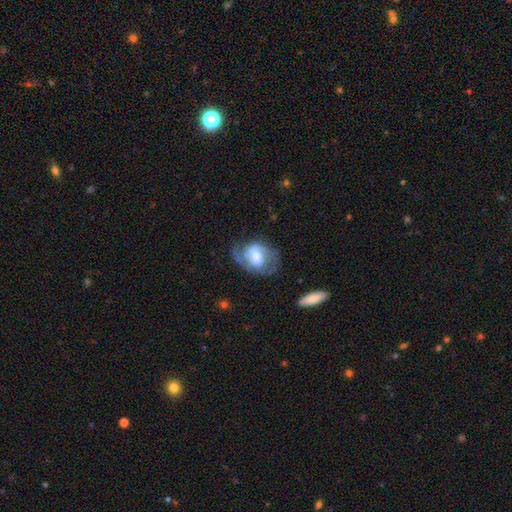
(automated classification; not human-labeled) Smooth or featured: featured or disk — 68% (smooth — 26%)
Edge-on disk: no — 97% (yes — 3%)
Bar: weak — 47% (no — 35%)
Spiral arms: yes — 84% (no — 16%)
Spiral winding: medium — 45% (tight — 32%)
Spiral arm count: 2 — 61% (can't tell — 18%)
Bulge size: moderate — 42% (large — 24%)
Merging: none — 51% (minor disturbance — 24%)